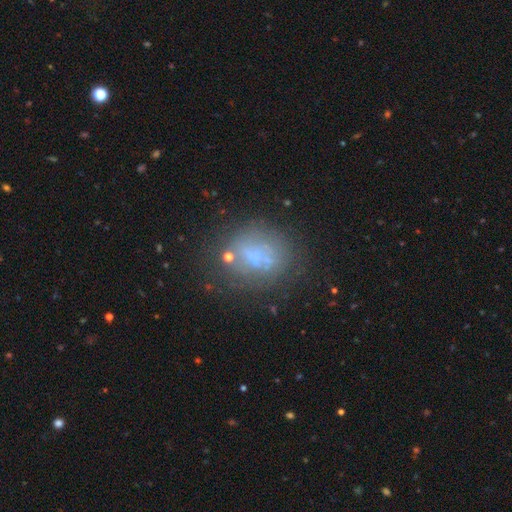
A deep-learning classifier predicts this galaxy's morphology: A smooth galaxy with no disk features (45%). Merging: none (56%).